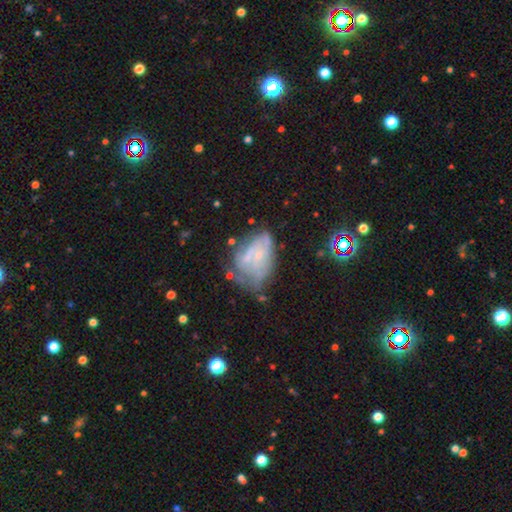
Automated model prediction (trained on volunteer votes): A featured or disk galaxy (58%) with no bar (76%), no spiral arms (56%) and a small central bulge (67%).

Vote fractions:
- Smooth or featured? featured or disk: 58% / smooth: 29% / star or artifact: 13%
- Edge-on disk? no: 96% / yes: 4%
- Bar? no: 76% / weak: 20% / strong: 5%
- Spiral arms? no: 56% / yes: 44%
- Bulge size? small: 67% / none: 17% / moderate: 14% / large: 1% / dominant: 1%
- Merging? none: 33% / minor disturbance: 29% / major disturbance: 27% / merger: 11%